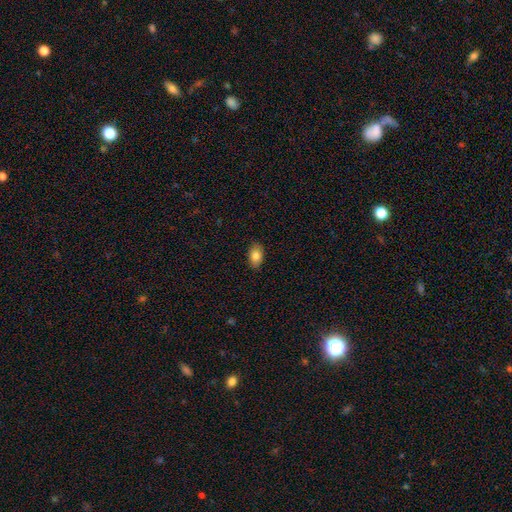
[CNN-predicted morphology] smooth_or_featured: smooth (p=0.84) [alt: featured or disk p=0.08]
how_rounded: in between (p=0.89) [alt: round p=0.09]
merging: none (p=0.86) [alt: minor disturbance p=0.11]